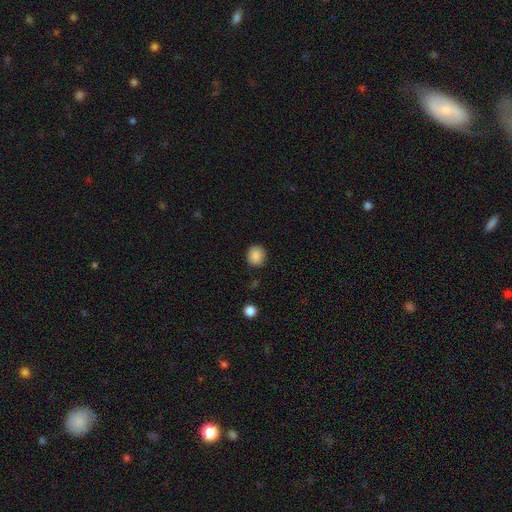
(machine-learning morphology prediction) A smooth galaxy with no disk features (88%) that is round (88%). Merging: none (89%).